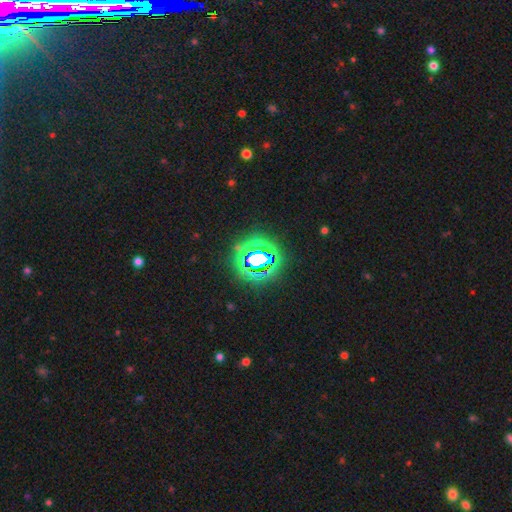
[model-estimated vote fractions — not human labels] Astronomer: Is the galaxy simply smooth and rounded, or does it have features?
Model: star or artifact — 81%.